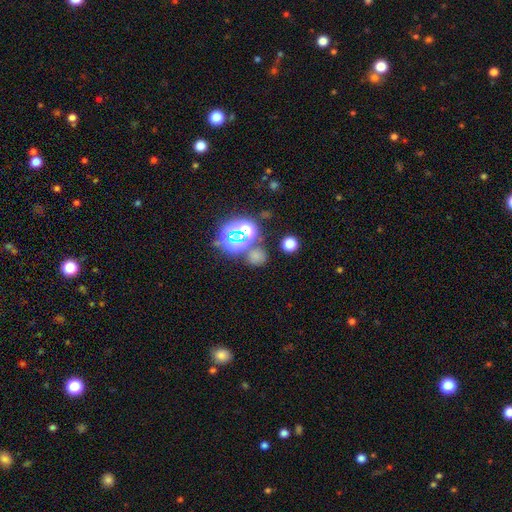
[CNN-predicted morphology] A smooth galaxy with no disk features (53%) that is round (82%).

Vote fractions:
- Smooth or featured? smooth: 53% / star or artifact: 40% / featured or disk: 7%
- How rounded? round: 82% / in between: 17% / cigar-shaped: 1%
- Merging? none: 73% / merger: 13% / minor disturbance: 10% / major disturbance: 5%